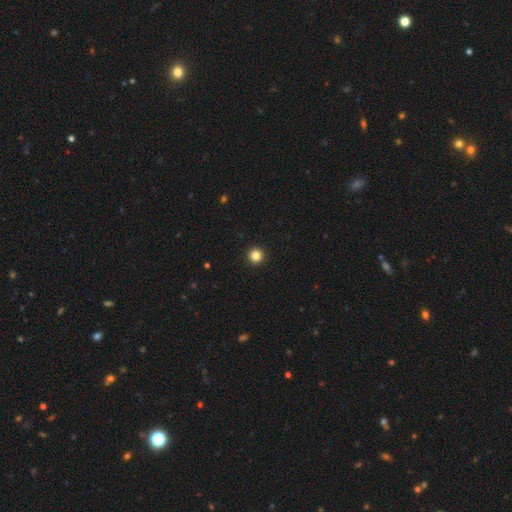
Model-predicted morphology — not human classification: The model was most divided on "smooth or featured": smooth: 85%, star or artifact: 11%, featured or disk: 4%. More confident: how rounded — round (97%); merging — none (94%).